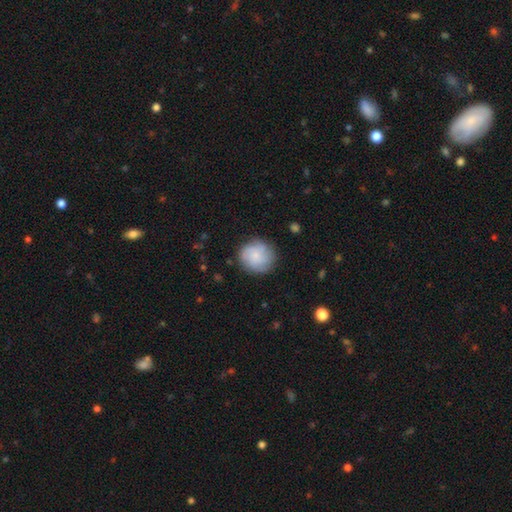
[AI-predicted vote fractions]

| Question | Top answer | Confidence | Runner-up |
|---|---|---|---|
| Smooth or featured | smooth | 60% | featured or disk (32%) |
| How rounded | round | 89% | in between (10%) |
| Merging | none | 80% | minor disturbance (14%) |